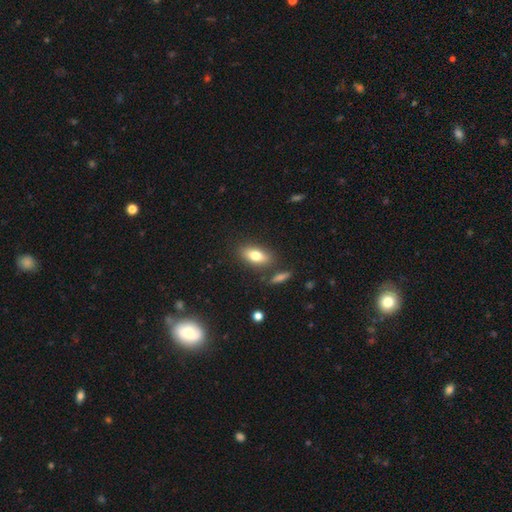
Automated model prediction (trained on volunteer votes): Smooth or featured? smooth (77%)
How rounded? in between (83%)
Merging? none (80%)